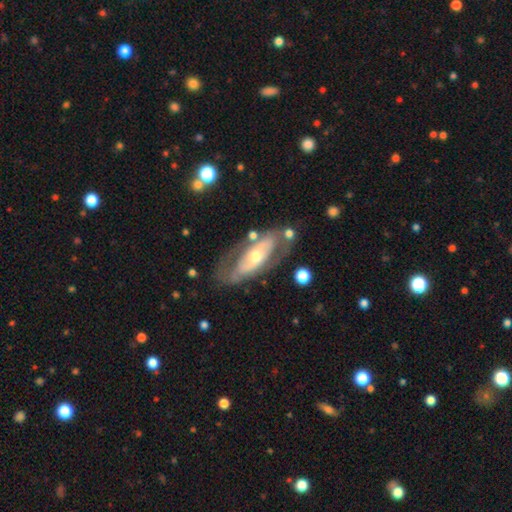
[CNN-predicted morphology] type=featured or disk (72%); edge-on=no (85%); bar=no (67%); spiral arms=no (51%); bulge=moderate (62%); merging=none (69%).